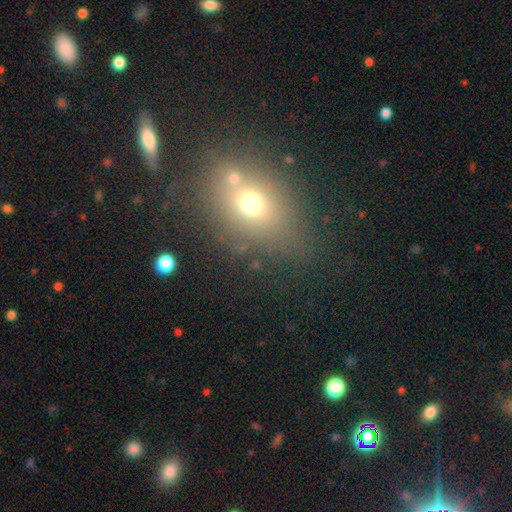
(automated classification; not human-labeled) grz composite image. It shows a smooth galaxy with no disk features (55%) that is in between round and cigar-shaped (56%). Merging: none (68%).